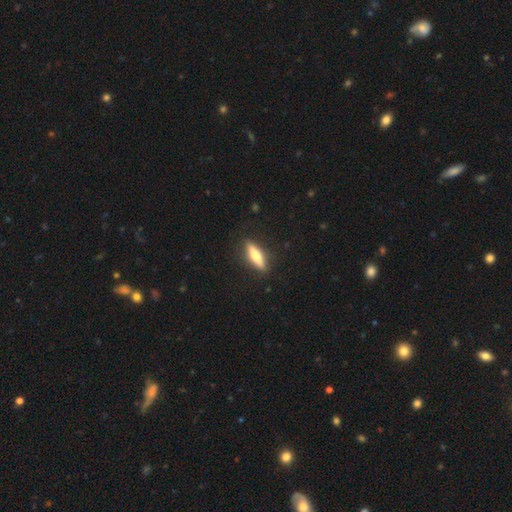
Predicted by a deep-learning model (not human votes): A smooth galaxy with no disk features (58%) that is cigar-shaped (67%).

Vote fractions:
- Smooth or featured? smooth: 58% / featured or disk: 37% / star or artifact: 6%
- How rounded? cigar-shaped: 67% / in between: 31% / round: 2%
- Merging? none: 88% / minor disturbance: 9% / major disturbance: 2% / merger: 1%